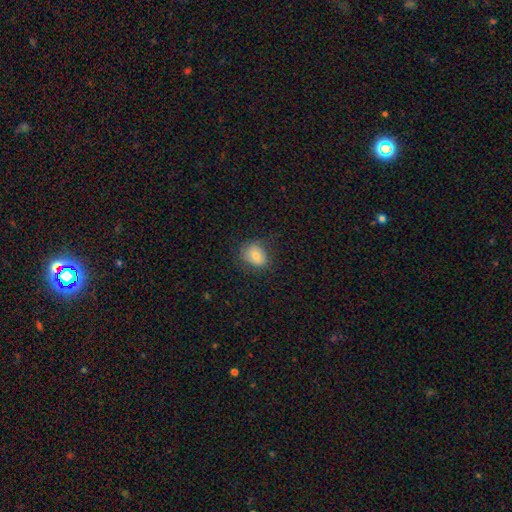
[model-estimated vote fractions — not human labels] smooth 74%, featured or disk 17%, star or artifact 9%. Down the decision tree: how rounded — in between (50%); merging — none (73%).